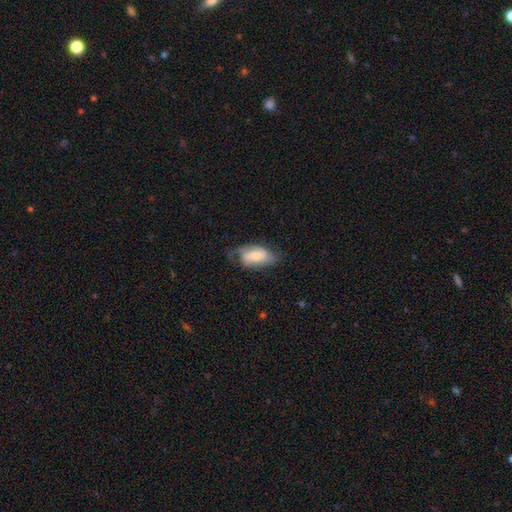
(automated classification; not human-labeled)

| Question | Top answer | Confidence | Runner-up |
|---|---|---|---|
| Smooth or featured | featured or disk | 50% | smooth (43%) |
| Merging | none | 49% | minor disturbance (28%) |